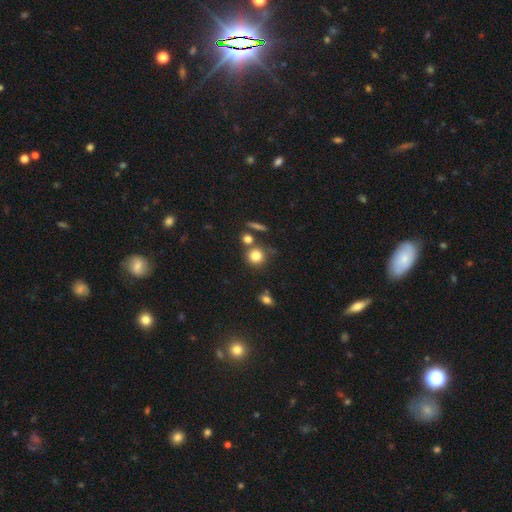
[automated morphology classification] Smooth or featured: smooth — 80% (star or artifact — 12%)
How rounded: round — 88% (in between — 11%)
Merging: none — 69% (merger — 16%)